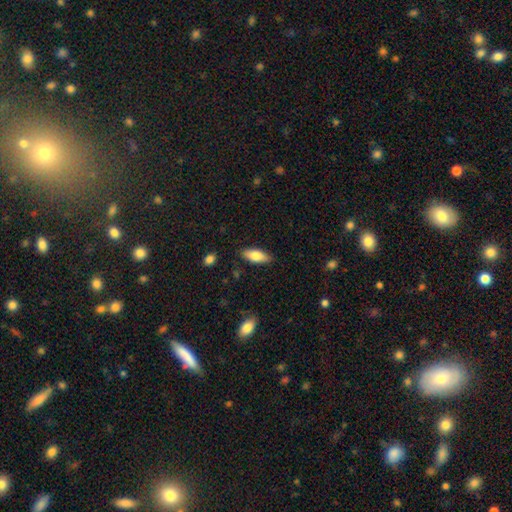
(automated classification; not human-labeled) The model was most divided on "how rounded": in between: 77%, cigar-shaped: 21%, round: 2%. More confident: merging — none (85%); smooth or featured — smooth (78%).